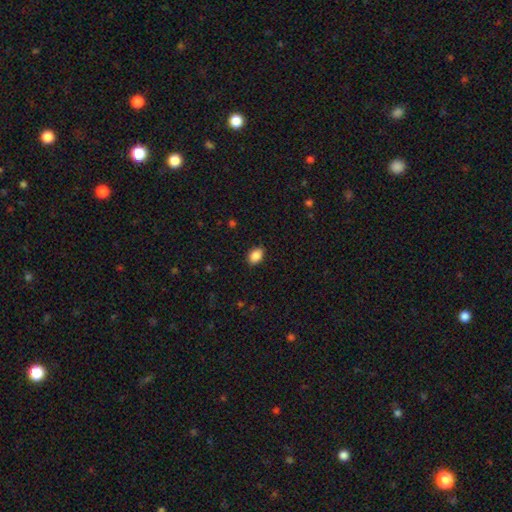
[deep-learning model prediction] This is clearly a smooth galaxy (88%). How rounded: likely in between (77%). Merging: clearly none (88%).